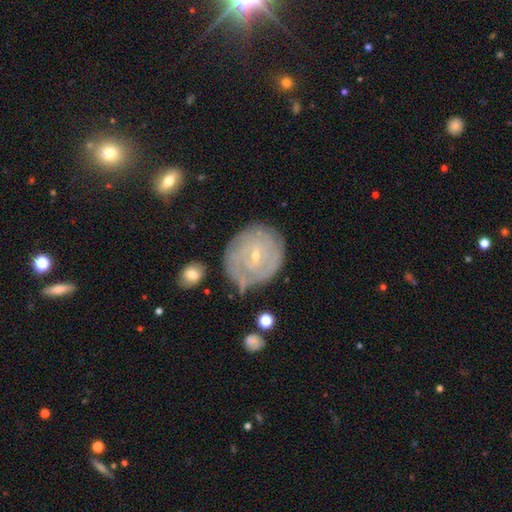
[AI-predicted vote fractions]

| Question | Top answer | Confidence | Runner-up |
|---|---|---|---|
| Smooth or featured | featured or disk | 75% | smooth (18%) |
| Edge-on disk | no | 97% | yes (3%) |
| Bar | no | 52% | weak (39%) |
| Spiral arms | yes | 85% | no (15%) |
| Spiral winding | tight | 78% | medium (17%) |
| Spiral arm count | can't tell | 52% | 2 (18%) |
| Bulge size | small | 78% | moderate (19%) |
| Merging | none | 68% | minor disturbance (21%) |